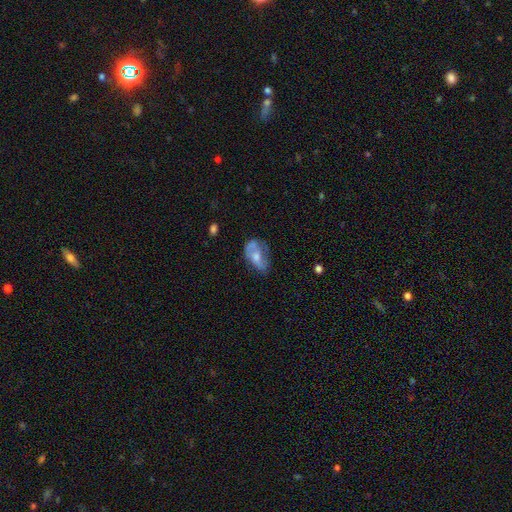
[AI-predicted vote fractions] Morphology: type=featured or disk (51%); edge-on=no (94%); merging=none (43%).